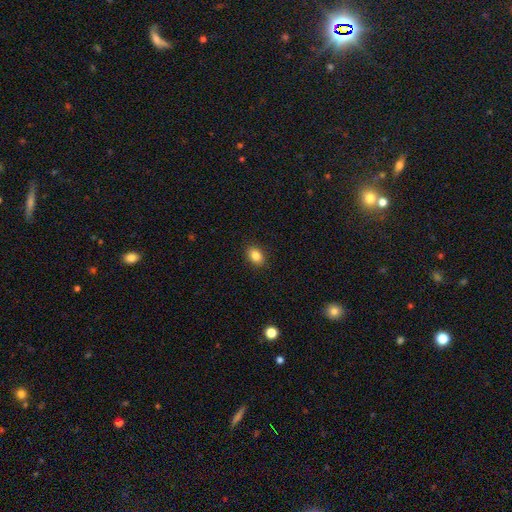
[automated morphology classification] Smooth or featured? smooth (85%)
How rounded? in between (75%)
Merging? none (89%)